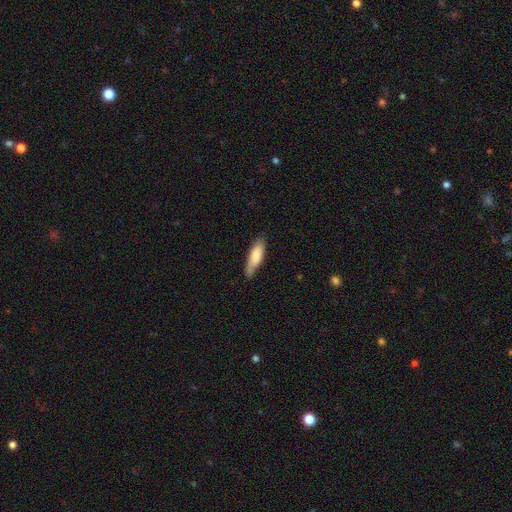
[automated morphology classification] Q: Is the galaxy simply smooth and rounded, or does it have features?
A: smooth — 80%.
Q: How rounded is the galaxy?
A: cigar-shaped — 53%.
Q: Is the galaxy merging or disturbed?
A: none — 71%.